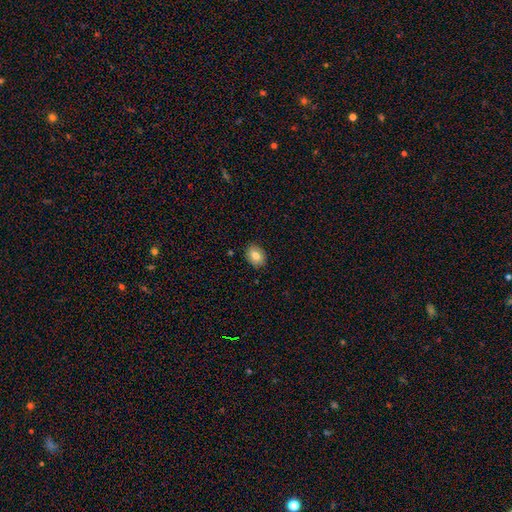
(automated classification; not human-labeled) Q: Smooth or featured?
A: smooth (80%); runner-up: featured or disk (12%)
Q: How rounded?
A: in between (67%); runner-up: round (32%)
Q: Merging?
A: none (88%); runner-up: minor disturbance (9%)